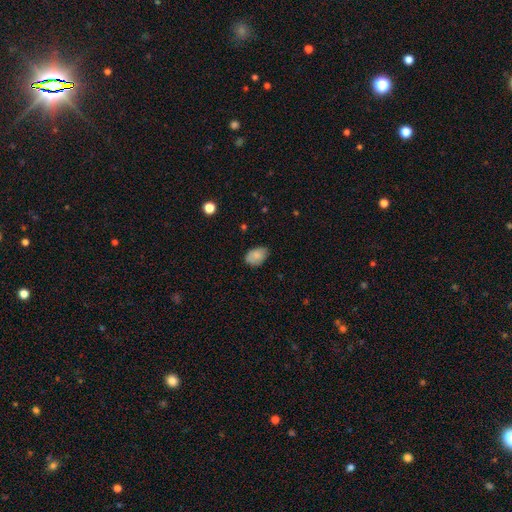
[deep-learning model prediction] smooth-or-featured: smooth: 83% | featured or disk: 9% | star or artifact: 8%
  how-rounded: in between: 84% | round: 15% | cigar-shaped: 1%
  merging: none: 72% | minor disturbance: 23% | major disturbance: 4% | merger: 1%